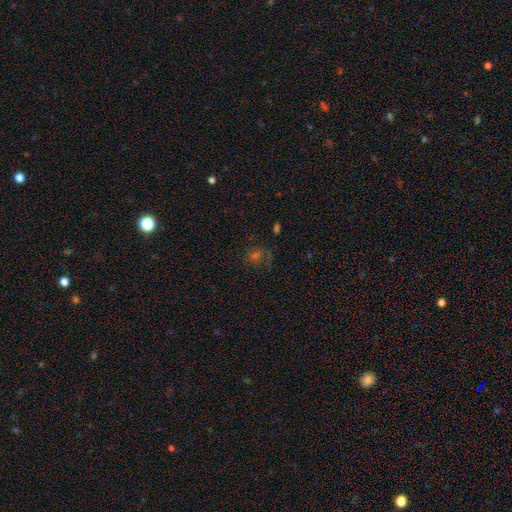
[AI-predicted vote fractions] A star or artifact, not a galaxy (38%).

Vote fractions:
- Smooth or featured? star or artifact: 38% / featured or disk: 31% / smooth: 31%